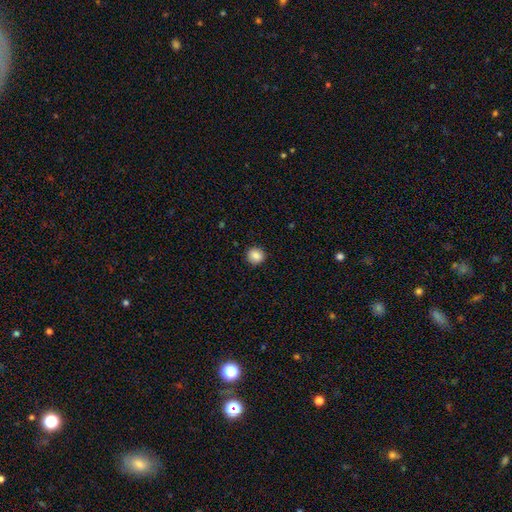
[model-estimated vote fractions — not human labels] This appears to be a smooth galaxy with no disk features (87%) that is round (89%). Merging: none (91%).